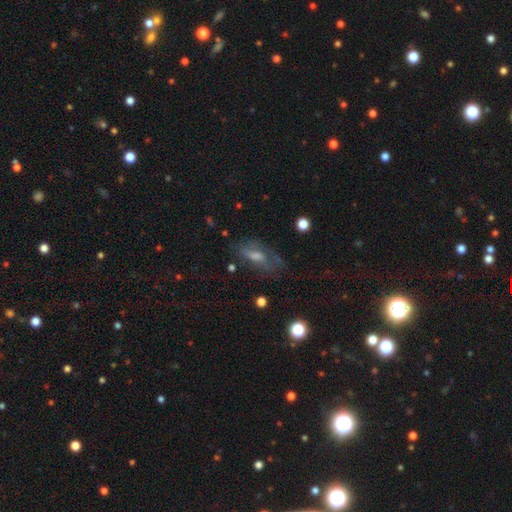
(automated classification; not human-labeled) This appears to be a featured or disk galaxy (50%). Merging: none (57%).